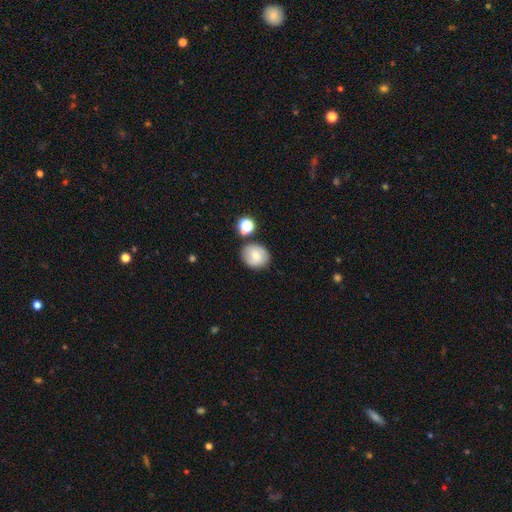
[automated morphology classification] This is likely a smooth galaxy (71%). How rounded: likely round (71%). Merging: likely none (76%).